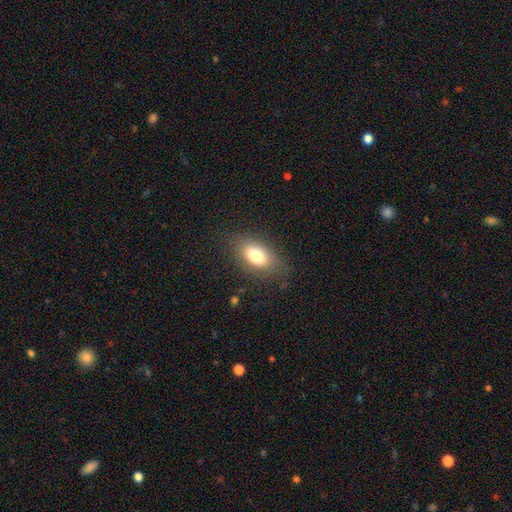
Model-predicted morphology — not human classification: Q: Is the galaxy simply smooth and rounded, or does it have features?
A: smooth — 77%.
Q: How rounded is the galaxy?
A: in between — 89%.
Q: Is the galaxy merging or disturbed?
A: none — 75%.